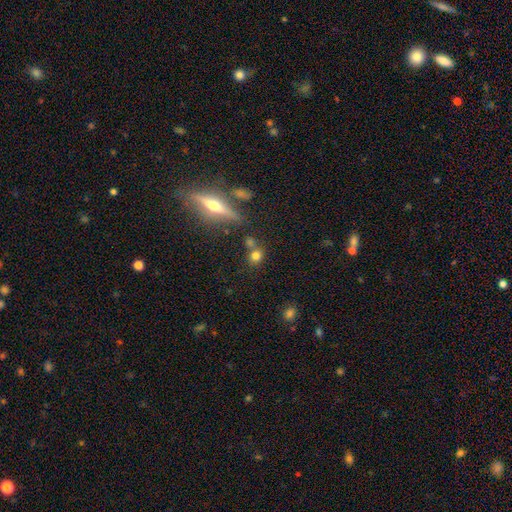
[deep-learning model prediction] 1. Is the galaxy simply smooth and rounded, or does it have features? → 73% smooth, 14% star or artifact, 13% featured or disk.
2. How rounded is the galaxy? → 73% round, 24% in between, 4% cigar-shaped.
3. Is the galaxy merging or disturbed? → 57% none, 28% merger, 10% minor disturbance, 5% major disturbance.